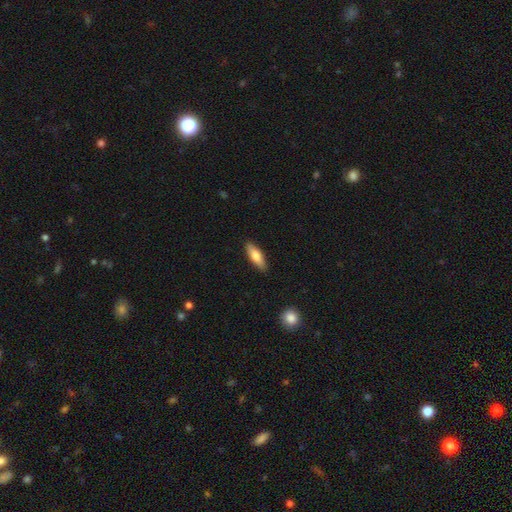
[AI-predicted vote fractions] Overall: smooth (70%). How rounded: cigar-shaped (51%; in between 47%). Merging: none (88%).